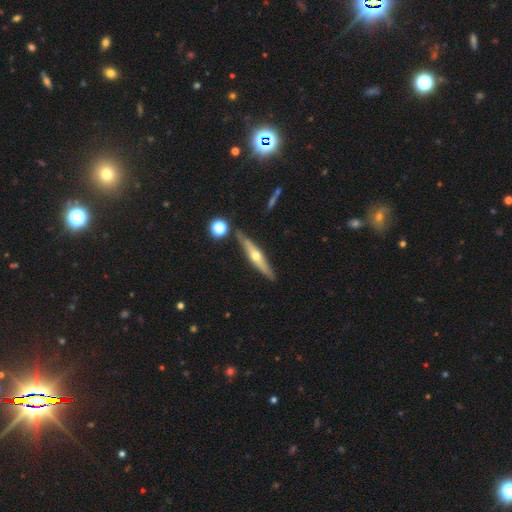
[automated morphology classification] This is likely a featured or disk galaxy (67%). It is clearly viewed edge-on (94%). Edge-on bulge: clearly rounded (91%). Merging: clearly none (85%).